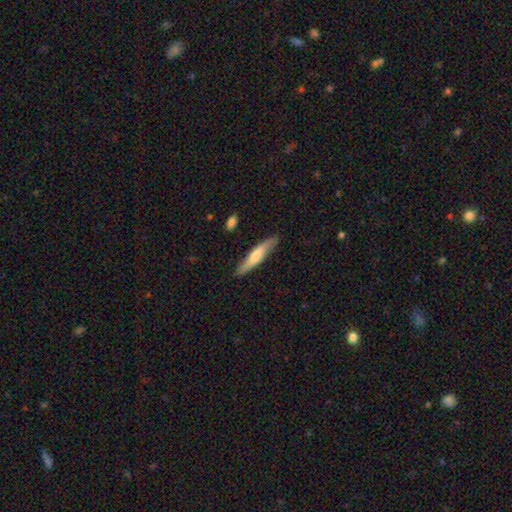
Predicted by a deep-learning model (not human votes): Smooth or featured? smooth (61%)
How rounded? cigar-shaped (87%)
Merging? none (85%)